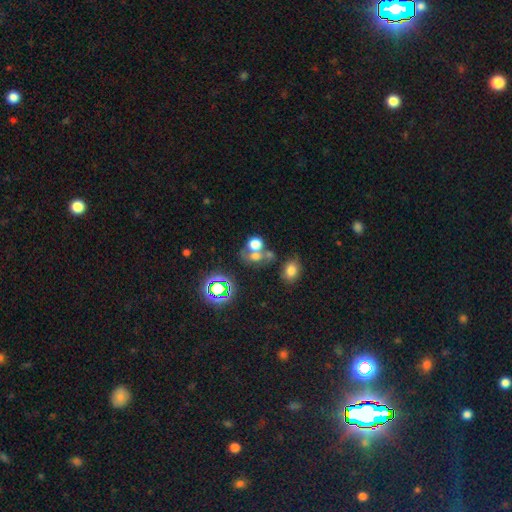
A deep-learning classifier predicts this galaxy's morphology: Smooth or featured: smooth — 56% (star or artifact — 29%)
How rounded: round — 59% (in between — 39%)
Merging: merger — 42% (none — 40%)